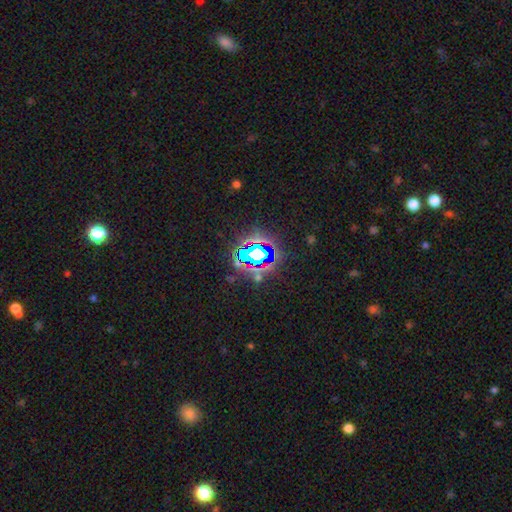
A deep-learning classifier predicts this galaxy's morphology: Smooth or featured? star or artifact (72%)